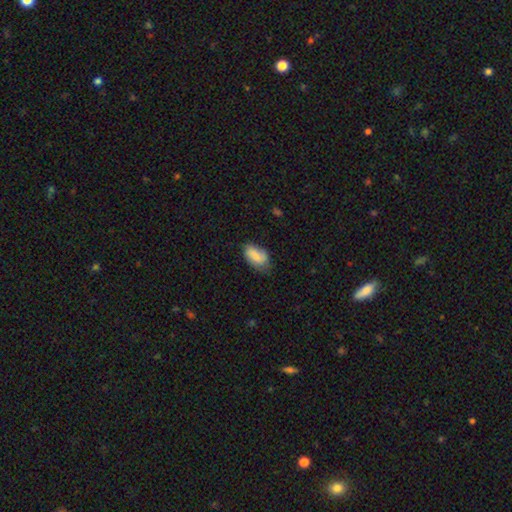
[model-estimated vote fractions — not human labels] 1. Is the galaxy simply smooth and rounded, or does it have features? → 78% smooth, 15% featured or disk, 7% star or artifact.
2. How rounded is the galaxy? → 92% in between, 5% round, 3% cigar-shaped.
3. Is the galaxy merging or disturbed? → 55% none, 34% minor disturbance, 9% major disturbance, 2% merger.